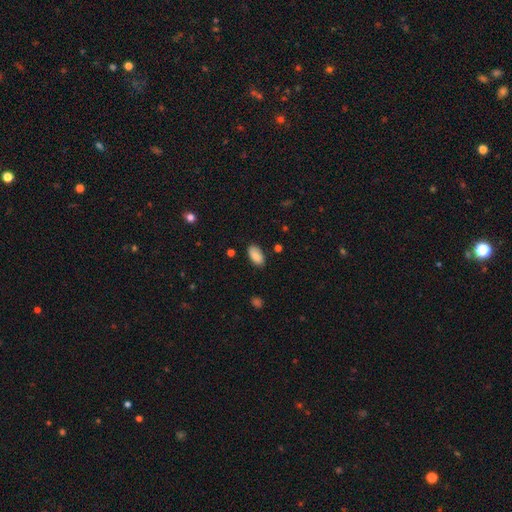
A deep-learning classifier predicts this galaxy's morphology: Smooth or featured: smooth — 87% (star or artifact — 7%)
How rounded: in between — 95% (cigar-shaped — 3%)
Merging: none — 83% (minor disturbance — 13%)